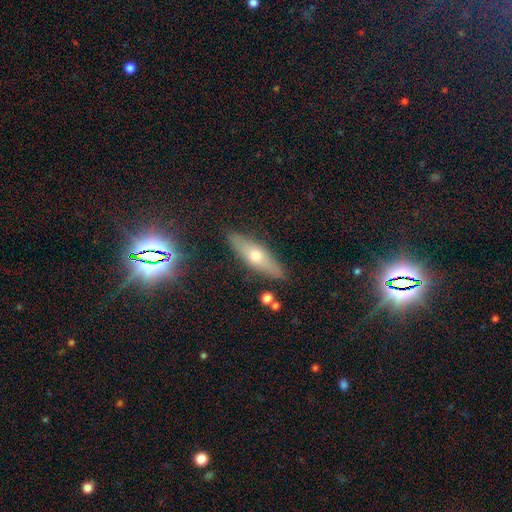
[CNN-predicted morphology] smooth 42% (tied), featured or disk 42% (tied), star or artifact 15%. Down the decision tree: merging — none (86%).